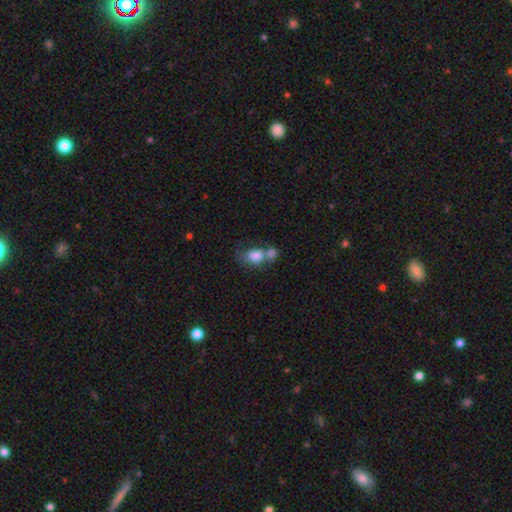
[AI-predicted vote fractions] The model was most divided on "merging": merger: 60%, none: 20%, minor disturbance: 11%, major disturbance: 9%. More confident: smooth or featured — smooth (76%); how rounded — in between (70%).